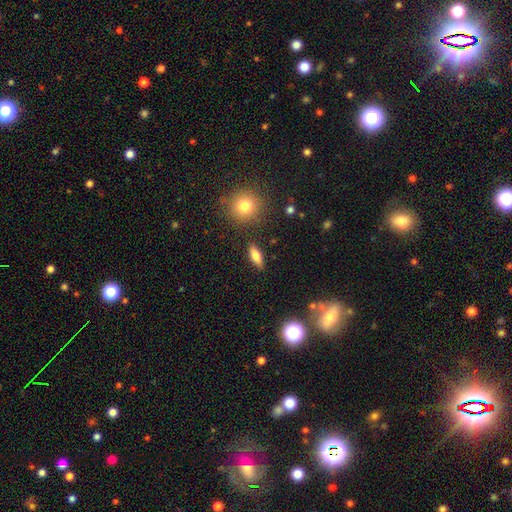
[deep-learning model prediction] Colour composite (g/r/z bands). It shows a smooth galaxy with no disk features (68%) that is in between round and cigar-shaped (64%). Merging: none (86%).